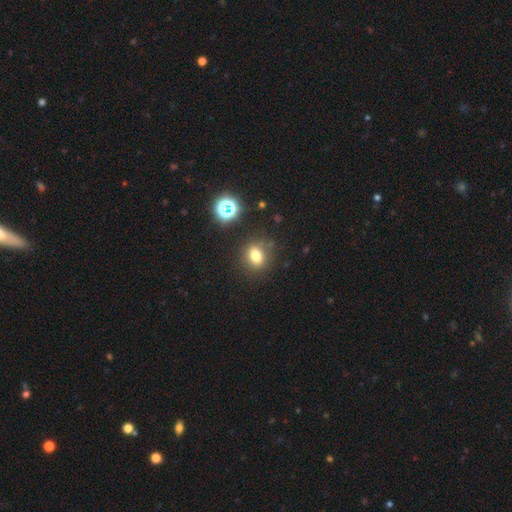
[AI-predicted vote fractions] smooth_or_featured: smooth (p=0.76) [alt: star or artifact p=0.16]
how_rounded: in between (p=0.49) [tied with: round p=0.49]
merging: none (p=0.82) [alt: minor disturbance p=0.11]